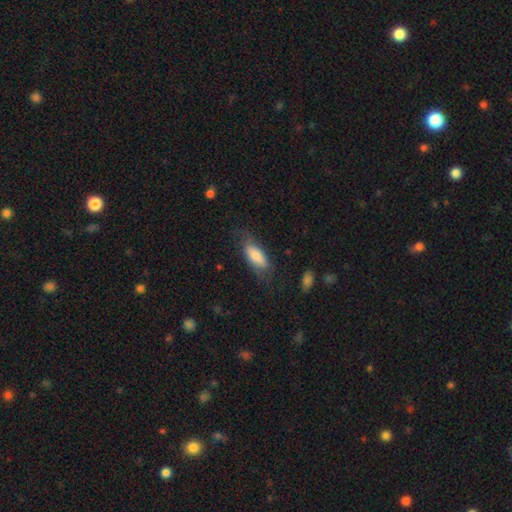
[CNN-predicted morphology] smooth 73%, featured or disk 20%, star or artifact 7%. Down the decision tree: how rounded — in between (73%); merging — none (63%).